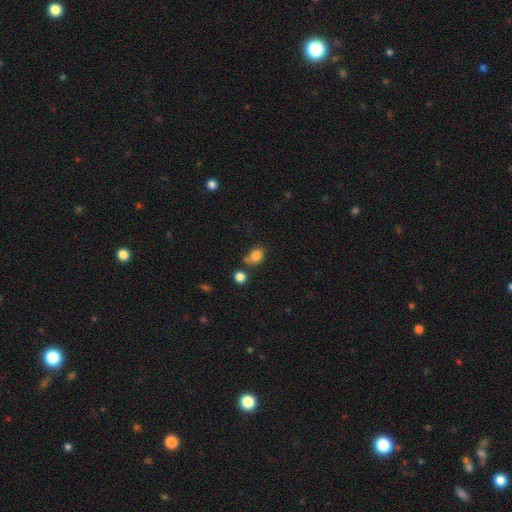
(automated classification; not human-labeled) smooth-or-featured: smooth: 82% | star or artifact: 11% | featured or disk: 7%
  how-rounded: in between: 51% | round: 48% | cigar-shaped: 1%
  merging: none: 55% | merger: 19% | minor disturbance: 19% | major disturbance: 6%